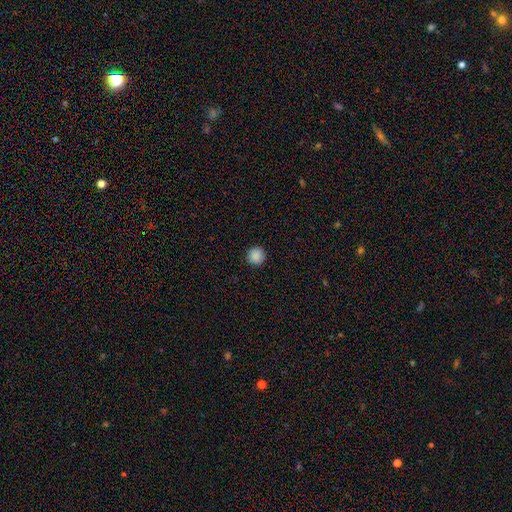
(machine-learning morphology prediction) This appears to be a smooth galaxy with no disk features (88%) that is round (95%). Merging: none (92%).